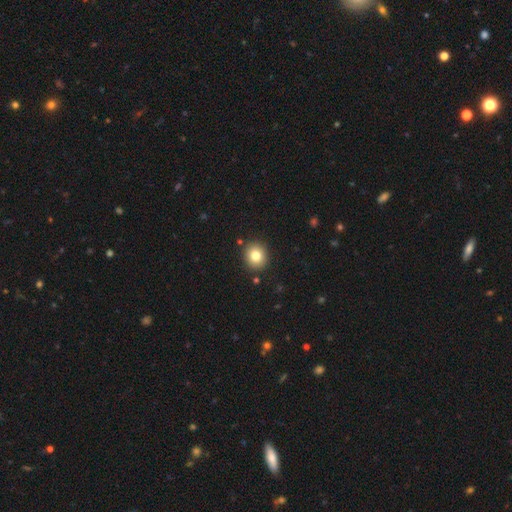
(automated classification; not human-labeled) Overall: smooth (81%). How rounded: round (79%). Merging: none (89%).